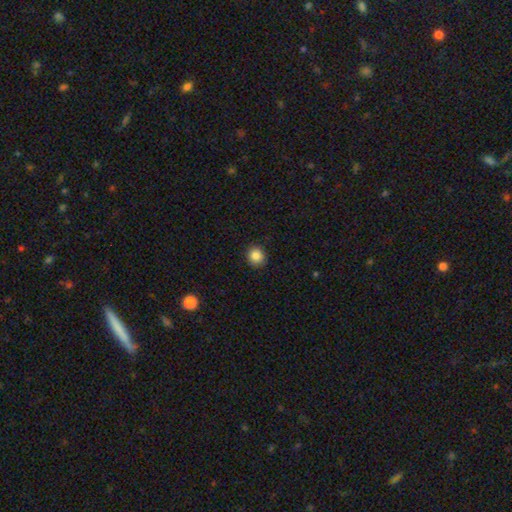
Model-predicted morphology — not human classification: A smooth galaxy with no disk features (85%) that is round (85%).

Vote fractions:
- Smooth or featured? smooth: 85% / star or artifact: 10% / featured or disk: 5%
- How rounded? round: 85% / in between: 15% / cigar-shaped: 1%
- Merging? none: 91% / minor disturbance: 6% / major disturbance: 2% / merger: 1%